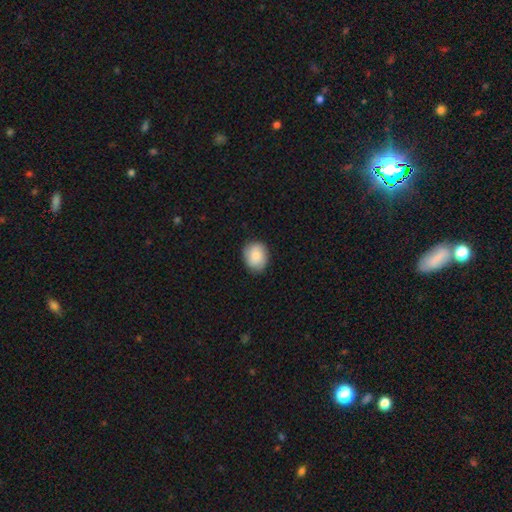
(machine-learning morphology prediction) Q: Smooth or featured?
A: smooth (82%); runner-up: featured or disk (11%)
Q: How rounded?
A: round (57%); runner-up: in between (42%)
Q: Merging?
A: none (84%); runner-up: minor disturbance (13%)